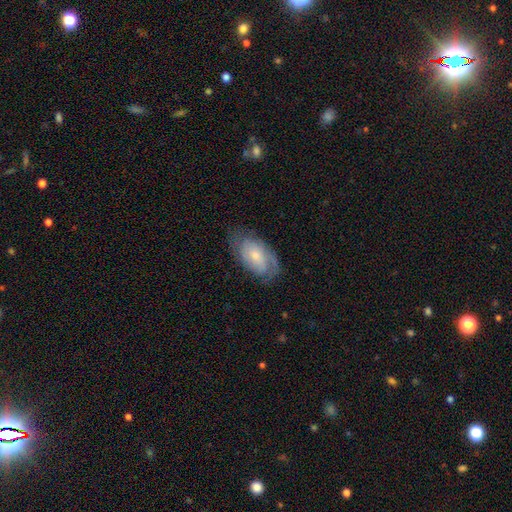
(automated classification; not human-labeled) smooth-or-featured: featured or disk: 58% | smooth: 36% | star or artifact: 7%
  disk-edge-on: no: 94% | yes: 6%
    bar: no: 71% | weak: 24% | strong: 4%
    has-spiral-arms: yes: 83% | no: 17%
    bulge-size: small: 51% | moderate: 40% | large: 4% | none: 4% | dominant: 1%
  merging: none: 68% | minor disturbance: 21% | major disturbance: 9% | merger: 1%